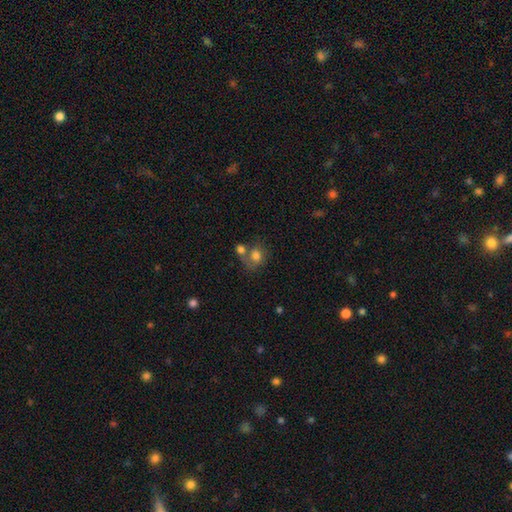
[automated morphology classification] smooth_or_featured: smooth (p=0.72) [alt: featured or disk p=0.18]
how_rounded: round (p=0.63) [alt: in between p=0.36]
merging: merger (p=0.49) [alt: none p=0.28]